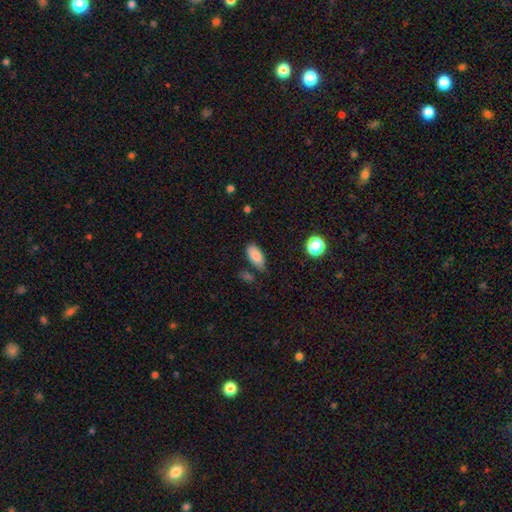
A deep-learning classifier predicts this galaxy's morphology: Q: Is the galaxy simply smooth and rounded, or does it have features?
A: smooth — 83%.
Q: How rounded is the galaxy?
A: in between — 88%.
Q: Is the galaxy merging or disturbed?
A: none — 64%.